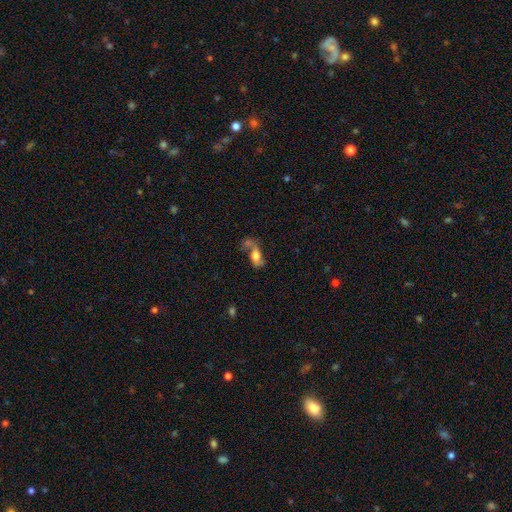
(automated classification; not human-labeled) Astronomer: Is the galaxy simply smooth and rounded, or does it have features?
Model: smooth — 55% (runner-up: featured or disk, 35%).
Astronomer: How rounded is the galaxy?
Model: in between — 77%.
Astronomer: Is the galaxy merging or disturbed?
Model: merger — 35% (runner-up: none, 29%).